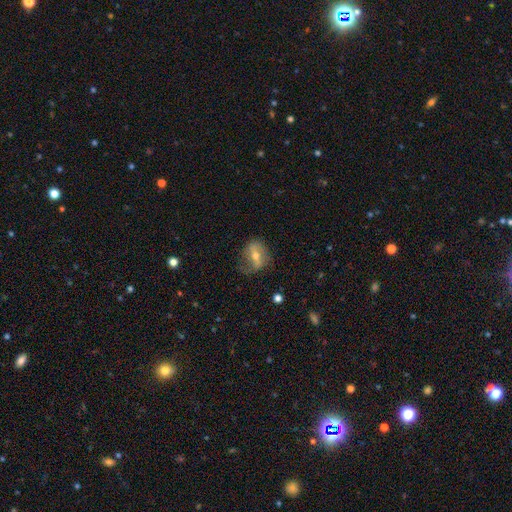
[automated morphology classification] smooth_or_featured: featured or disk (p=0.61) [alt: smooth p=0.29]
disk_edge_on: no (p=0.91) [alt: yes p=0.09]
bar: strong (p=0.42) [alt: weak p=0.35]
has_spiral_arms: yes (p=0.71) [alt: no p=0.29]
bulge_size: moderate (p=0.55) [alt: small p=0.41]
merging: none (p=0.66) [alt: minor disturbance p=0.23]